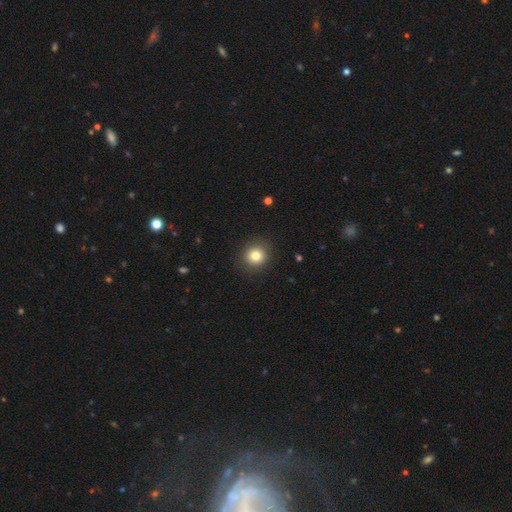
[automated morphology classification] smooth 81%, star or artifact 11%, featured or disk 8%. Down the decision tree: how rounded — round (89%); merging — none (90%).